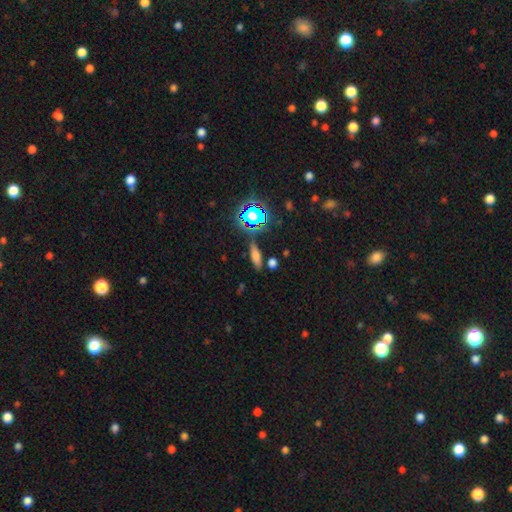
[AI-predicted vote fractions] The model was most divided on "how rounded": cigar-shaped: 55%, in between: 40%, round: 5%. More confident: merging — none (78%); smooth or featured — smooth (62%).